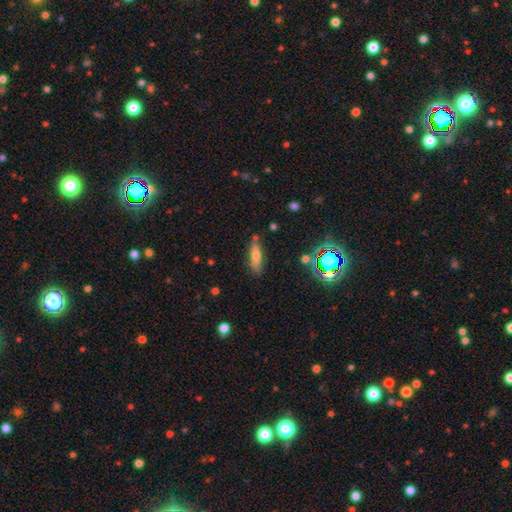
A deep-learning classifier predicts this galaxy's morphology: Overall: smooth (55%; featured or disk 34%). How rounded: cigar-shaped (58%; in between 39%). Merging: none (78%).